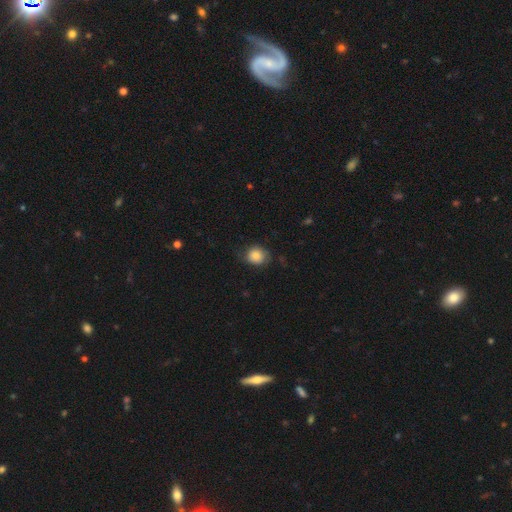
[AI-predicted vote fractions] Overall: smooth (84%). How rounded: round (71%). Merging: none (69%).